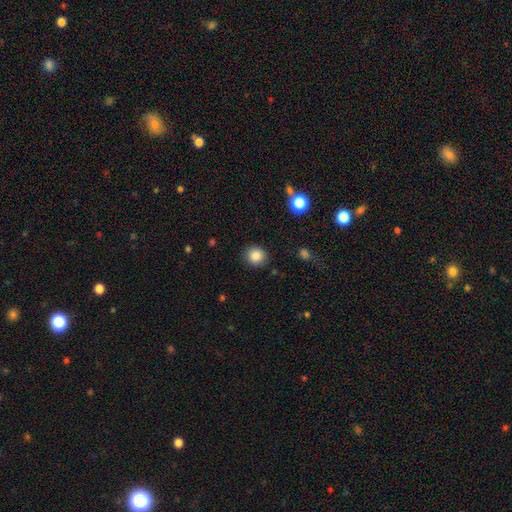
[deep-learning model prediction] This appears to be a smooth galaxy with no disk features (87%) that is round (88%). Merging: none (88%).